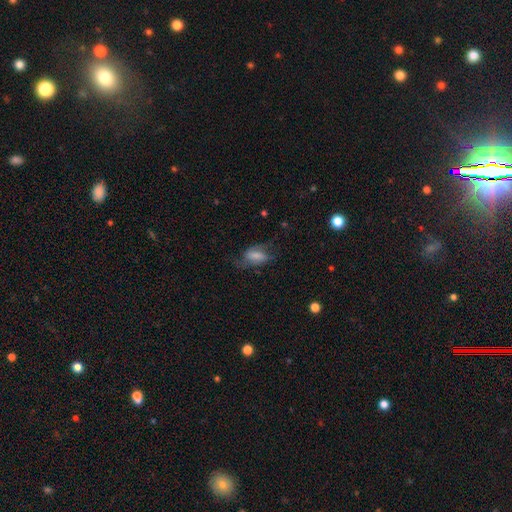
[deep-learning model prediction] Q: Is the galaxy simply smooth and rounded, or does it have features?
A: smooth — 46%.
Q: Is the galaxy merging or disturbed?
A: none — 49%.